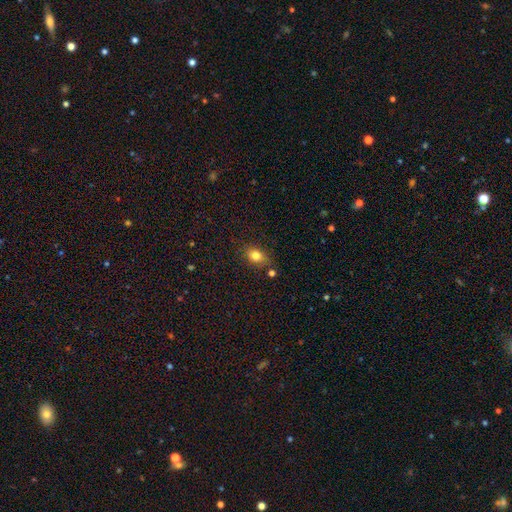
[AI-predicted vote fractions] Morphology: type=smooth (81%); roundness=in between (75%); merging=none (77%).